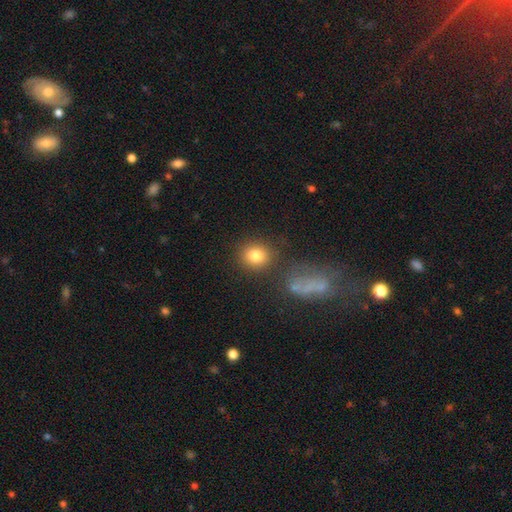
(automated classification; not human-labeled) A smooth galaxy with no disk features (81%) that is round (82%). Merging: none (80%).